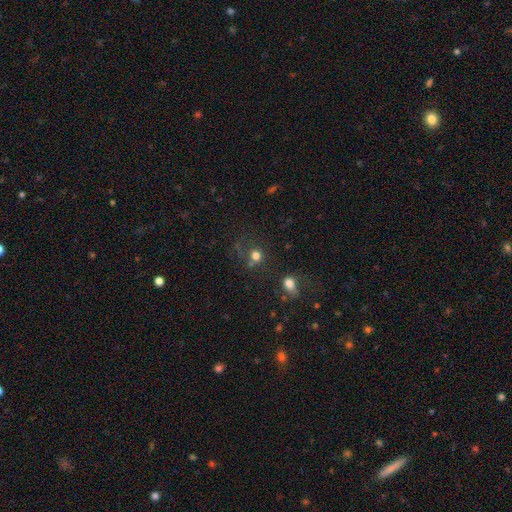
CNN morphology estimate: This is likely a smooth galaxy (71%). How rounded: likely round (80%). Merging: possibly none (55%).